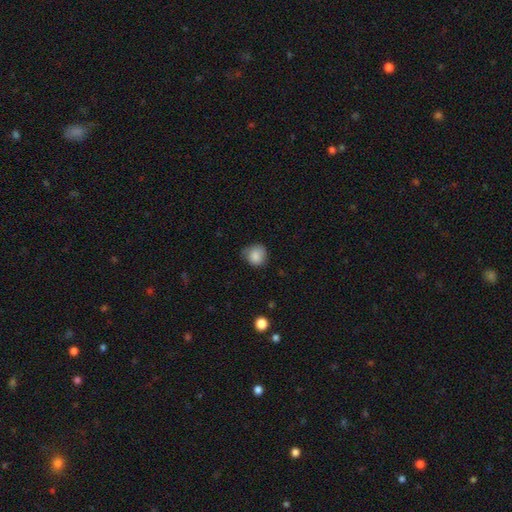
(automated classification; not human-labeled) A smooth galaxy with no disk features (84%) that is round (82%). Merging: none (57%).